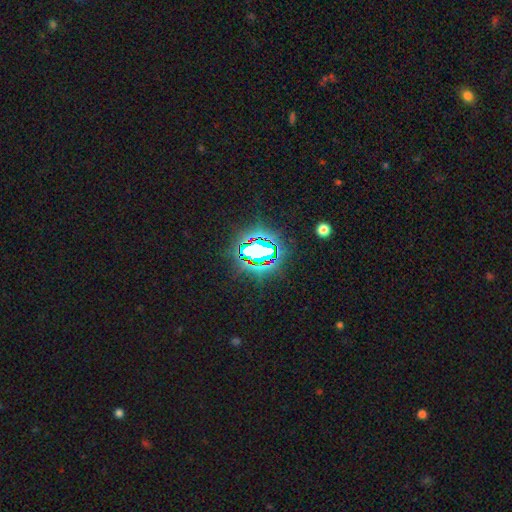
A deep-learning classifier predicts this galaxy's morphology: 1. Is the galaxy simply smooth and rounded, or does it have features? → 82% star or artifact, 11% smooth, 7% featured or disk.